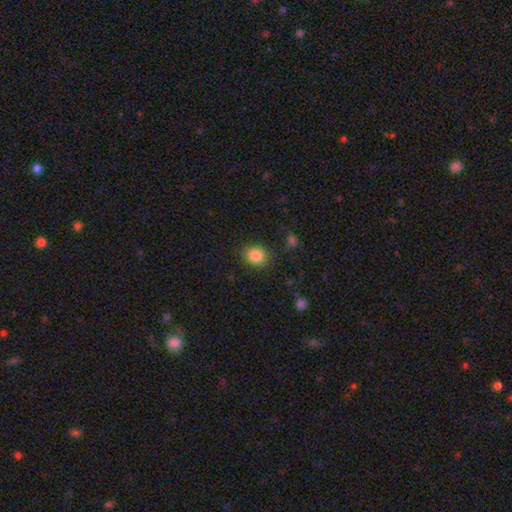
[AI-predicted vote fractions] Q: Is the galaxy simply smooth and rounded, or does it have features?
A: smooth — 85%.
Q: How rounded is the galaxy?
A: round — 72%.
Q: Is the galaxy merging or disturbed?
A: none — 85%.